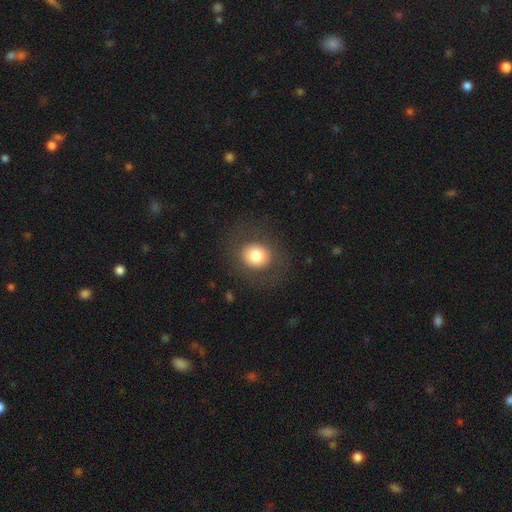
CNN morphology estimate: This appears to be a smooth galaxy with no disk features (76%) that is round (80%). Merging: none (83%).